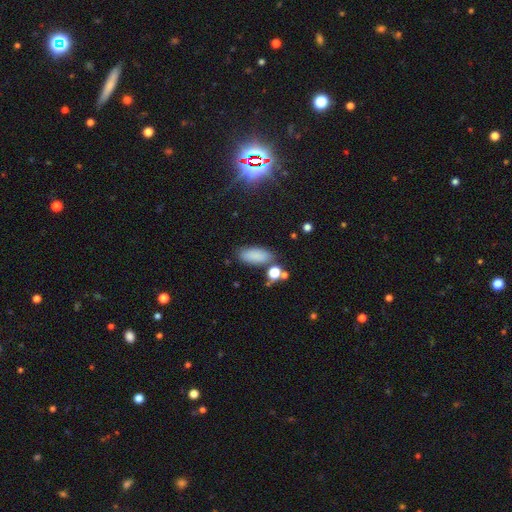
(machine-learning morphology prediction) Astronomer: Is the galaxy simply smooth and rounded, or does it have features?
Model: smooth — 83%.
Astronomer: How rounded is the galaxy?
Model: in between — 82%.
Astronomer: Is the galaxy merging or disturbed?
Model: none — 76%.